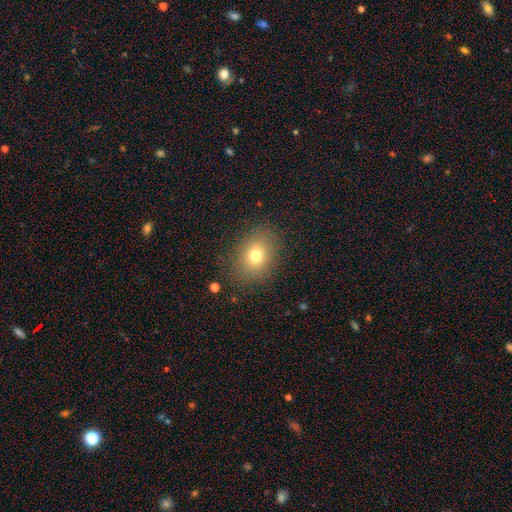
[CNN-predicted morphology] smooth_or_featured: smooth (p=0.73) [alt: star or artifact p=0.14]
how_rounded: in between (p=0.57) [alt: round p=0.42]
merging: none (p=0.84) [alt: minor disturbance p=0.10]